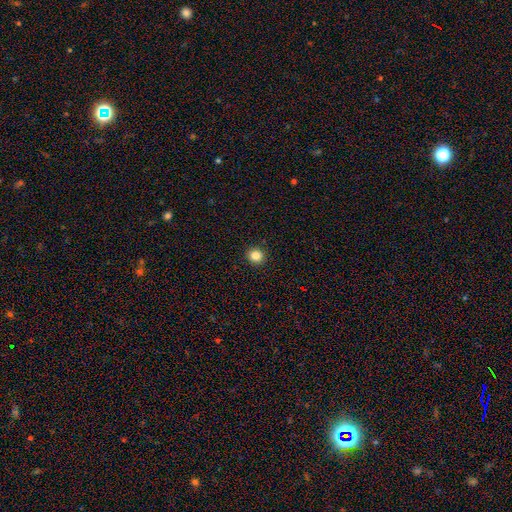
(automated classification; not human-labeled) smooth 84%, star or artifact 12%, featured or disk 5%. Down the decision tree: how rounded — round (91%); merging — none (93%).